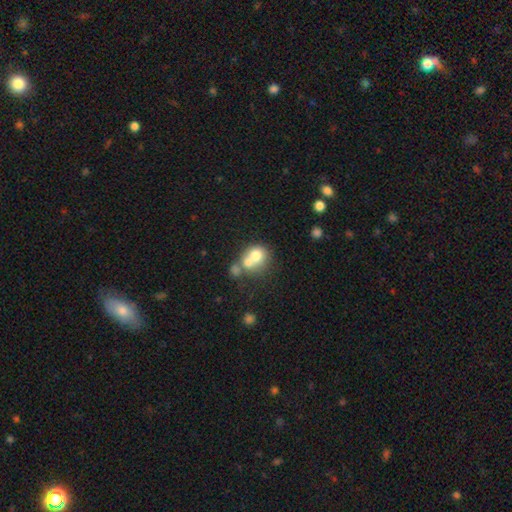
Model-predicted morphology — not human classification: The model was most divided on "merging": merger: 59%, none: 29%, minor disturbance: 8%, major disturbance: 5%. More confident: how rounded — round (76%); smooth or featured — smooth (68%).